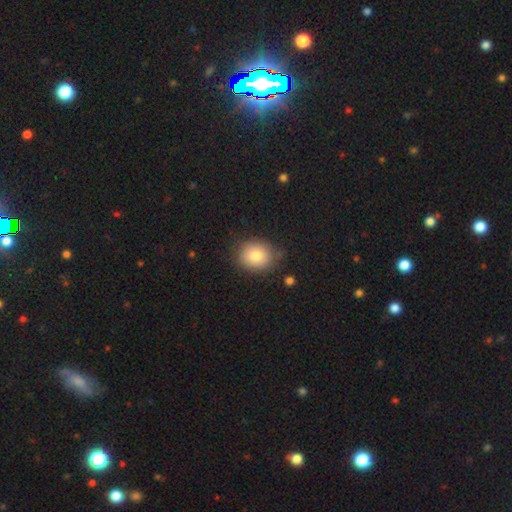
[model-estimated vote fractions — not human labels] Q: Smooth or featured?
A: smooth (84%); runner-up: star or artifact (8%)
Q: How rounded?
A: round (66%); runner-up: in between (33%)
Q: Merging?
A: none (79%); runner-up: minor disturbance (15%)